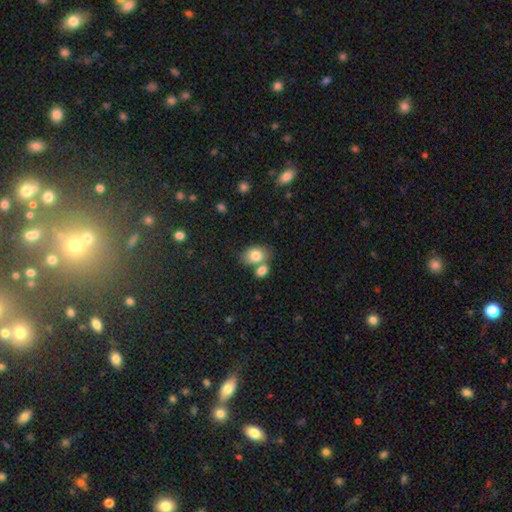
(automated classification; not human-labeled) Smooth or featured? Predicted: smooth (p=0.81). How rounded? Predicted: in between (p=0.71). Merging? Predicted: none (p=0.48).